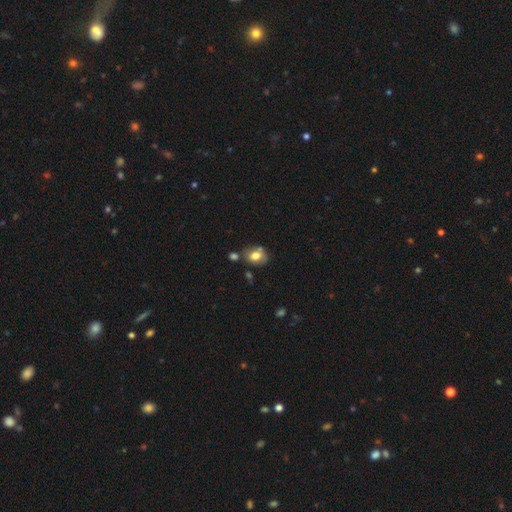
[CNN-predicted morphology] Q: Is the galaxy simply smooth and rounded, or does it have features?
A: smooth — 73%.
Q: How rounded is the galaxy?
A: in between — 59%.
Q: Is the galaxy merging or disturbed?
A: none — 56%.